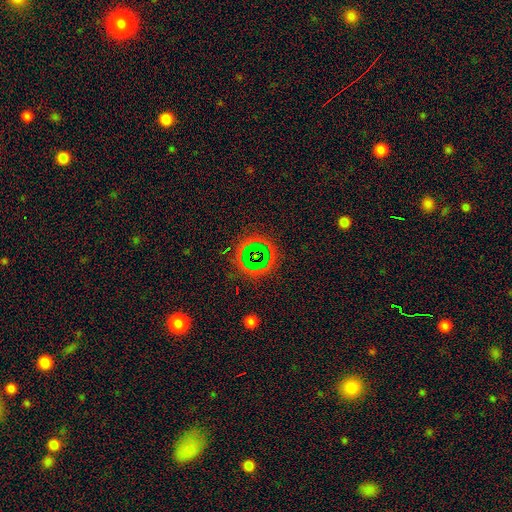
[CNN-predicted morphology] This appears to be a star or artifact, not a galaxy (62%).